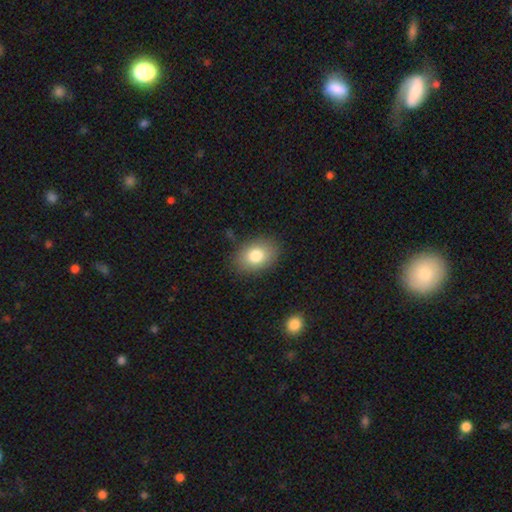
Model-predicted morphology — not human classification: Smooth or featured?
  - smooth: 80% *
  - featured or disk: 11%
  - star or artifact: 8%
How rounded?
  - in between: 76% *
  - round: 23%
  - cigar-shaped: 1%
Merging?
  - none: 84% *
  - minor disturbance: 11%
  - major disturbance: 3%
  - merger: 2%